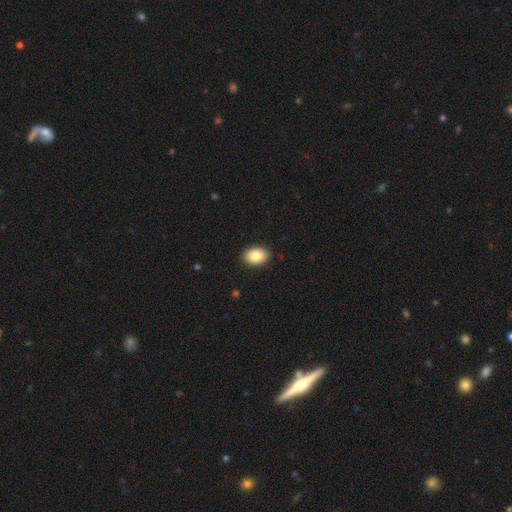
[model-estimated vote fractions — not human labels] A smooth galaxy with no disk features (86%) that is in between round and cigar-shaped (79%).

Vote fractions:
- Smooth or featured? smooth: 86% / star or artifact: 8% / featured or disk: 7%
- How rounded? in between: 79% / round: 20% / cigar-shaped: 1%
- Merging? none: 90% / minor disturbance: 7% / major disturbance: 2% / merger: 1%